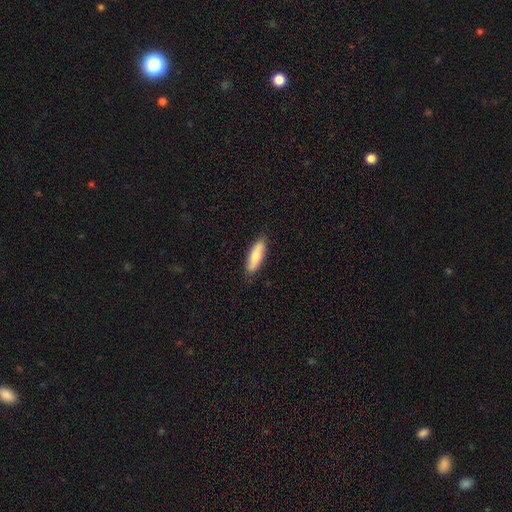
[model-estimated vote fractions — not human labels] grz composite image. It shows a smooth galaxy with no disk features (77%) that is in between round and cigar-shaped (55%). Merging: none (86%).